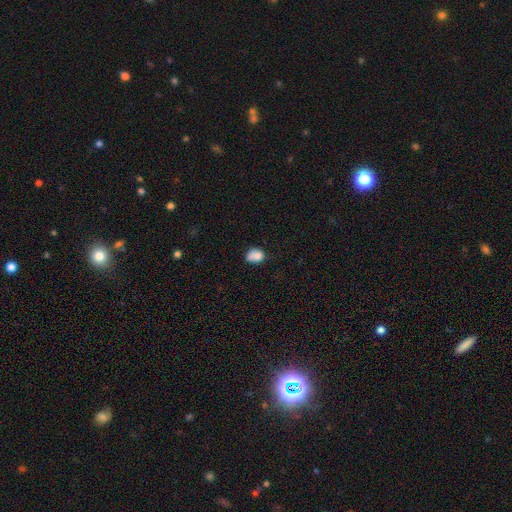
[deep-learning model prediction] Q: Smooth or featured?
A: smooth (81%); runner-up: star or artifact (10%)
Q: How rounded?
A: in between (55%); runner-up: round (44%)
Q: Merging?
A: none (47%); runner-up: minor disturbance (35%)